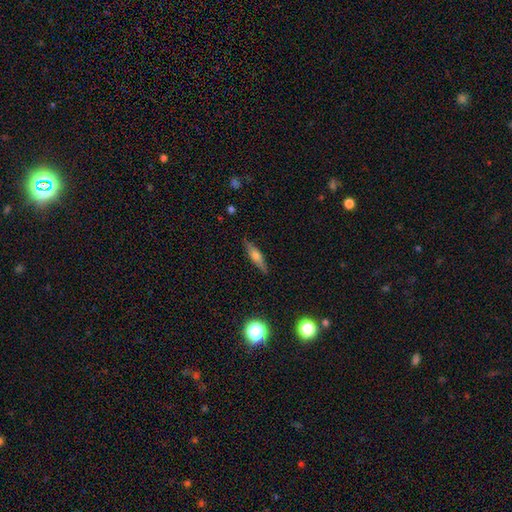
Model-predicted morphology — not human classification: Overall: featured or disk (51%; smooth 41%). Edge-on disk: yes (91%). Merging: none (87%).